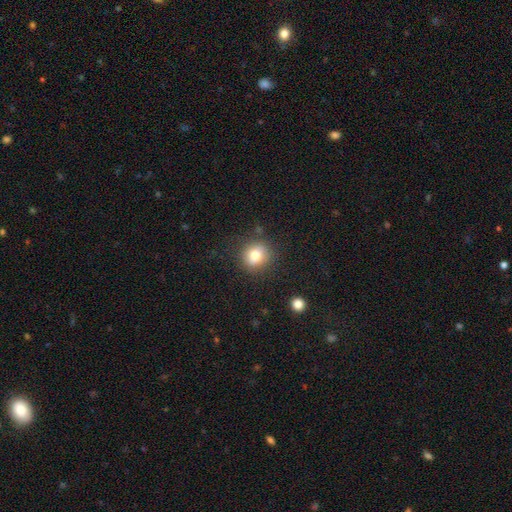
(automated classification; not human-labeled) A smooth galaxy with no disk features (77%) that is round (84%). Merging: none (85%).